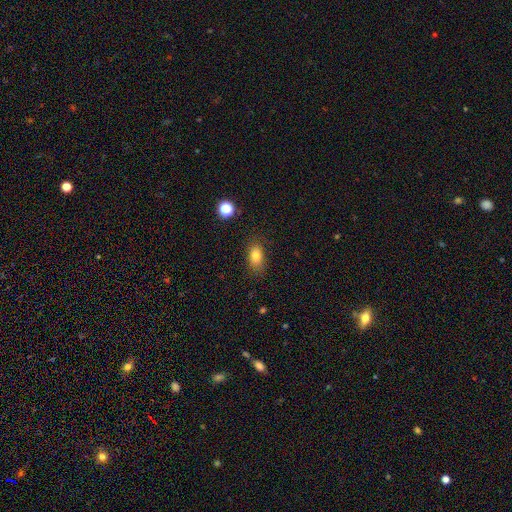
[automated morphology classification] This is clearly a smooth galaxy (82%). How rounded: clearly in between (84%). Merging: clearly none (81%).